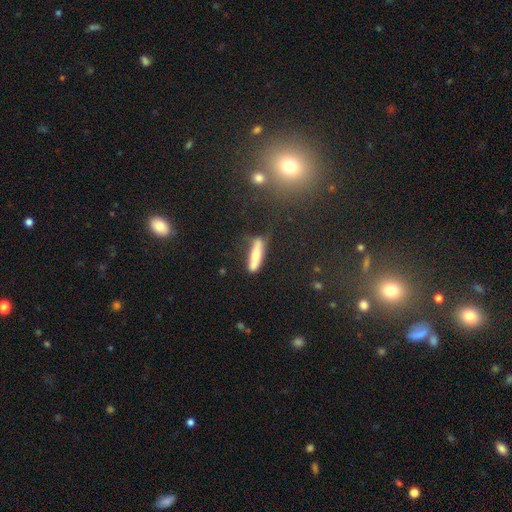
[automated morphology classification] A smooth galaxy with no disk features (60%) that is cigar-shaped (77%). Merging: none (63%).